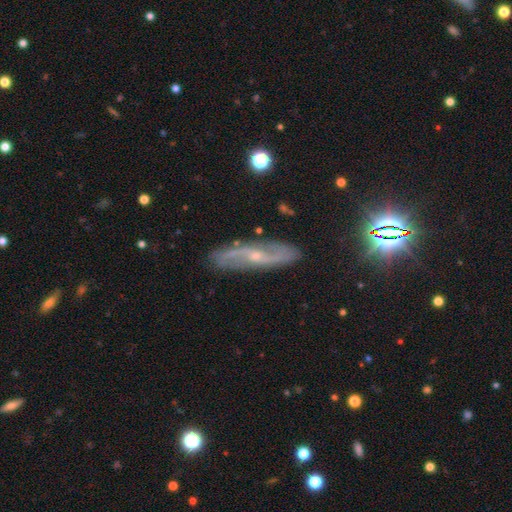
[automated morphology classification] Smooth or featured? Predicted: featured or disk (p=0.79). Edge-on disk? Predicted: no (p=0.77). Bar? Predicted: no (p=0.43). Spiral arms? Predicted: yes (p=0.92). Spiral winding? Predicted: loose (p=0.54). Spiral arm count? Predicted: 2 (p=0.84). Bulge size? Predicted: small (p=0.72). Merging? Predicted: none (p=0.81).